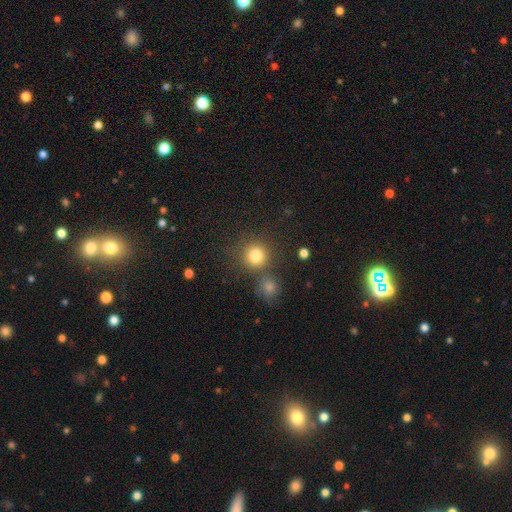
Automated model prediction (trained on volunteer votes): Smooth or featured: smooth — 81% (star or artifact — 13%)
How rounded: round — 92% (in between — 7%)
Merging: none — 74% (merger — 14%)